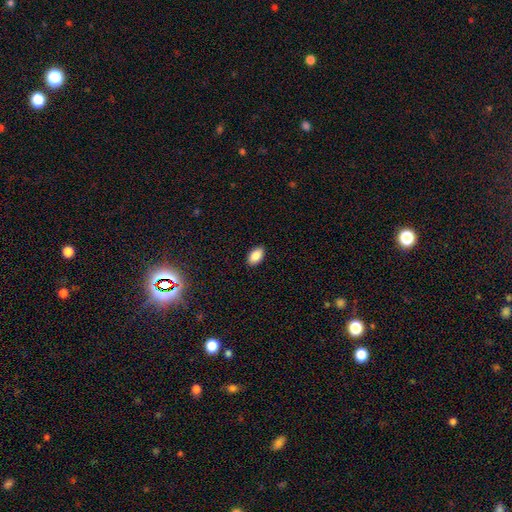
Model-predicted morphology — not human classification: A smooth galaxy with no disk features (88%) that is in between round and cigar-shaped (92%). Merging: none (90%).